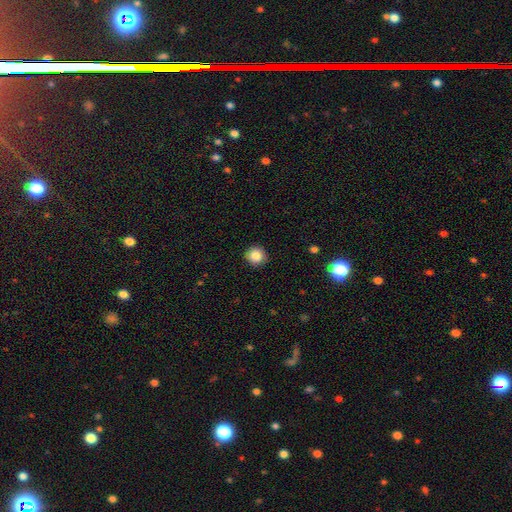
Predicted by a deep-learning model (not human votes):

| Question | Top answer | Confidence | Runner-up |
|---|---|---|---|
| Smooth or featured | smooth | 85% | star or artifact (10%) |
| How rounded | round | 93% | in between (6%) |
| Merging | none | 91% | minor disturbance (6%) |